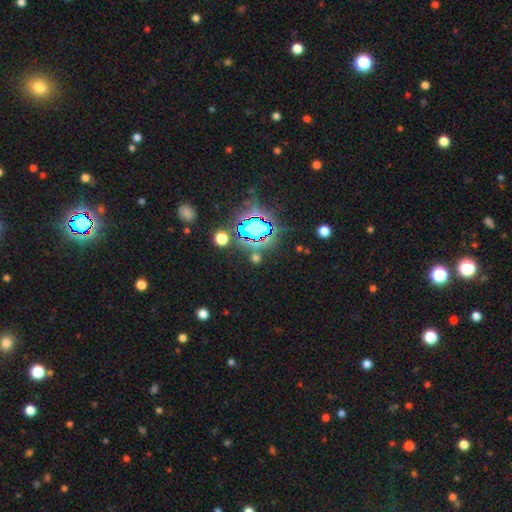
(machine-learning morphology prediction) This is likely a star or artifact rather than a galaxy (75%).